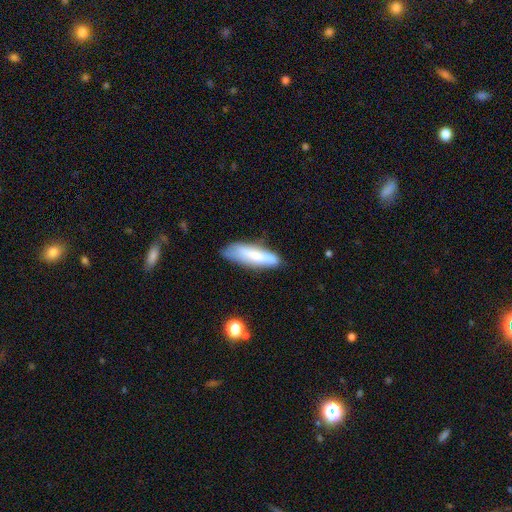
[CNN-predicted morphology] smooth 70%, featured or disk 23%, star or artifact 7%. Down the decision tree: how rounded — cigar-shaped (66%); merging — none (62%).